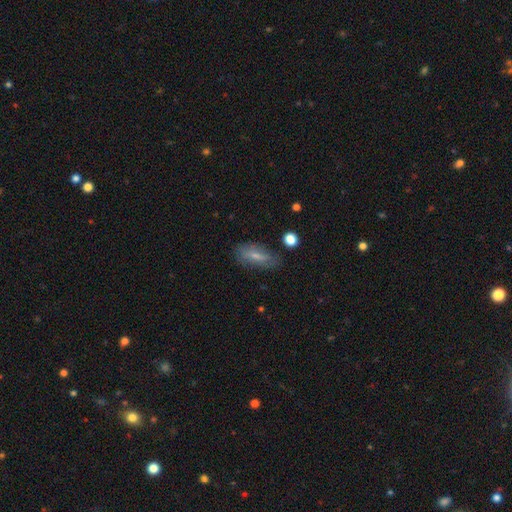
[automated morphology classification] This is likely a smooth galaxy (61%). How rounded: likely in between (74%). Merging: likely none (73%).